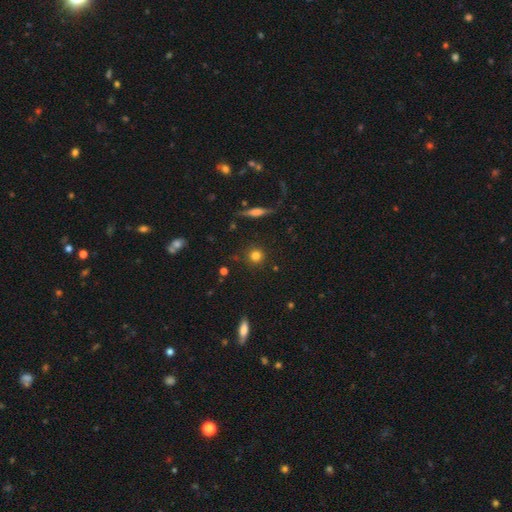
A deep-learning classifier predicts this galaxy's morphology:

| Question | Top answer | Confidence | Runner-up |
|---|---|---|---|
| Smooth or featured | smooth | 79% | star or artifact (13%) |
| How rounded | round | 92% | in between (6%) |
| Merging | none | 88% | minor disturbance (7%) |